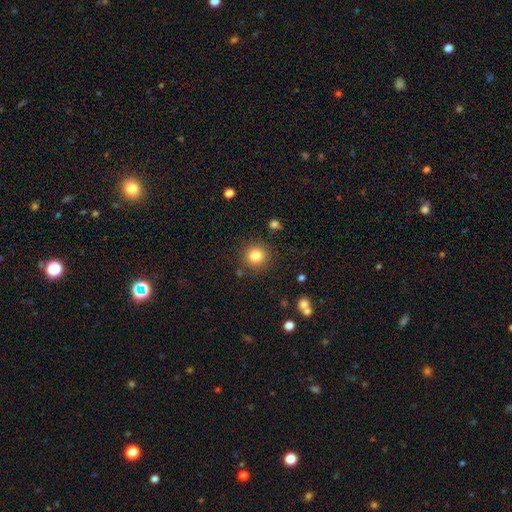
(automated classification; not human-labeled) Smooth or featured? smooth (82%)
How rounded? round (93%)
Merging? none (87%)